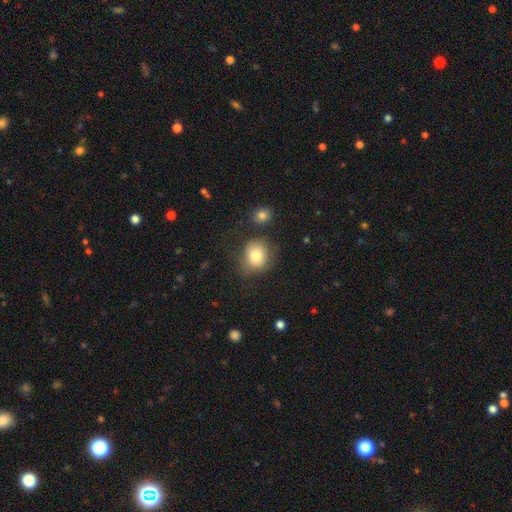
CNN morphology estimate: The model was most divided on "merging": none: 68%, minor disturbance: 19%, major disturbance: 8%, merger: 5%. More confident: smooth or featured — smooth (80%); how rounded — round (74%).